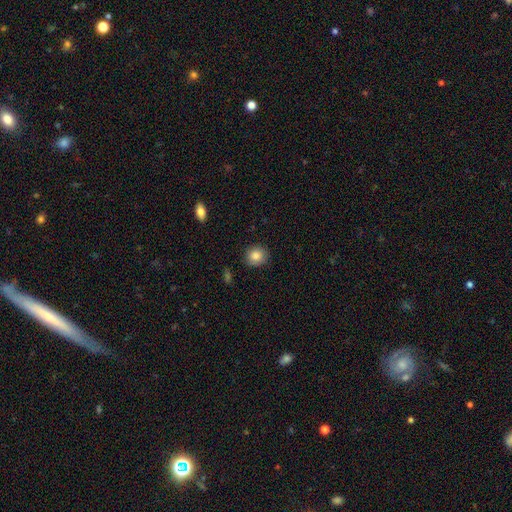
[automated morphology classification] type=smooth (85%); roundness=round (82%); merging=none (87%).